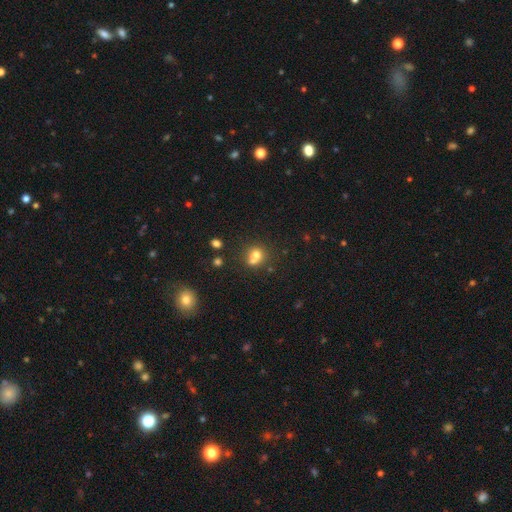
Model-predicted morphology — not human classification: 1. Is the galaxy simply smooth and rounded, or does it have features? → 70% smooth, 16% featured or disk, 14% star or artifact.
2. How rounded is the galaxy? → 79% round, 20% in between, 1% cigar-shaped.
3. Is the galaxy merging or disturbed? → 43% none, 40% merger, 12% minor disturbance, 5% major disturbance.